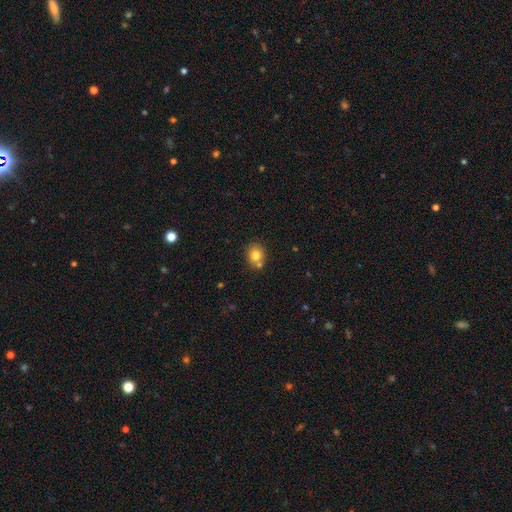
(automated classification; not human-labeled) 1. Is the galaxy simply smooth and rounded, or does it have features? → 79% smooth, 11% star or artifact, 10% featured or disk.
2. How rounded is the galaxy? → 72% round, 27% in between, 1% cigar-shaped.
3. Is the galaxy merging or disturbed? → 66% none, 20% merger, 12% minor disturbance, 3% major disturbance.